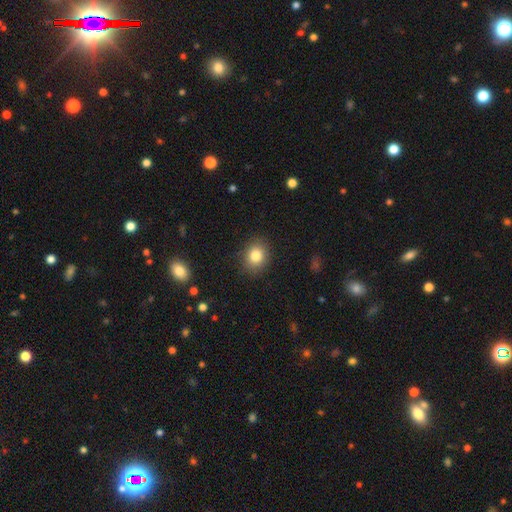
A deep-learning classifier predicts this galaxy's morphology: Q: Smooth or featured?
A: smooth (82%); runner-up: star or artifact (11%)
Q: How rounded?
A: round (60%); runner-up: in between (39%)
Q: Merging?
A: none (87%); runner-up: minor disturbance (9%)